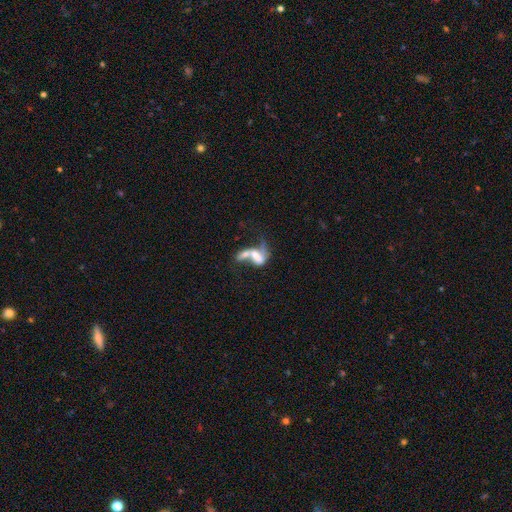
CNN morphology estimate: Smooth or featured? featured or disk (51%)
Edge-on disk? no (90%)
Merging? merger (62%)